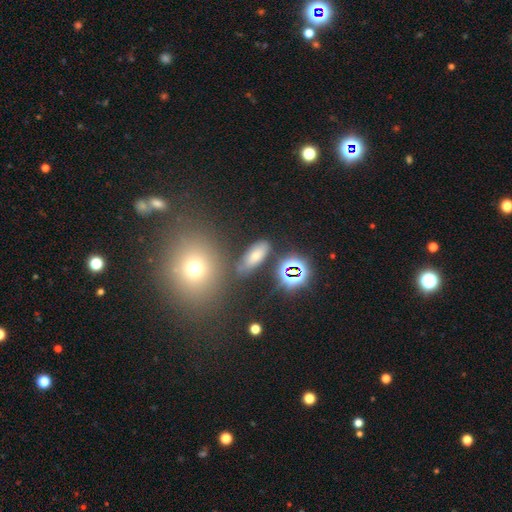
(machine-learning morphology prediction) Smooth or featured?
  - smooth: 54% *
  - star or artifact: 28%
  - featured or disk: 19%
How rounded?
  - in between: 77% *
  - cigar-shaped: 14%
  - round: 9%
Merging?
  - none: 74% *
  - minor disturbance: 14%
  - merger: 6%
  - major disturbance: 6%